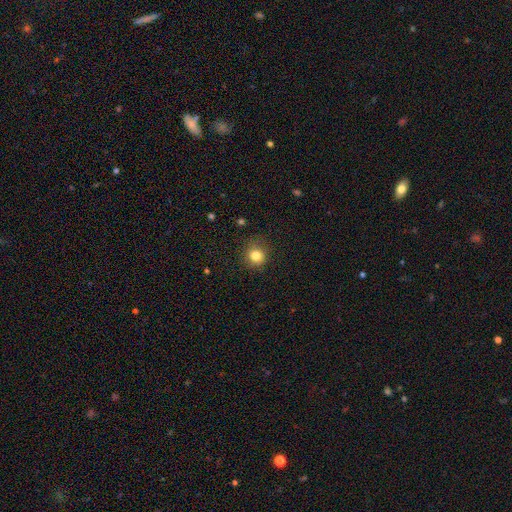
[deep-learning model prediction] Smooth or featured? Predicted: smooth (p=0.82). How rounded? Predicted: round (p=0.88). Merging? Predicted: none (p=0.83).